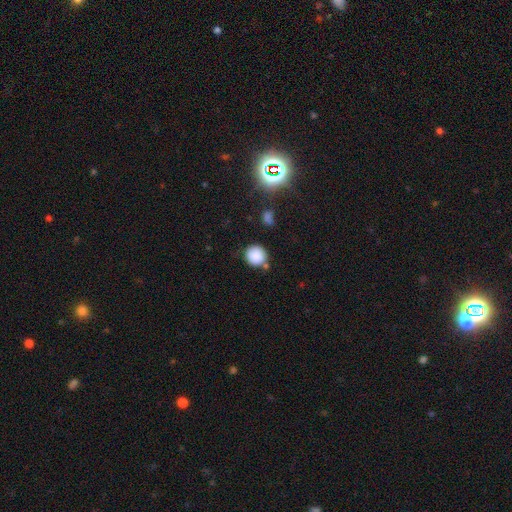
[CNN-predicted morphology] Smooth or featured: smooth — 86% (star or artifact — 10%)
How rounded: round — 92% (in between — 7%)
Merging: none — 76% (minor disturbance — 12%)